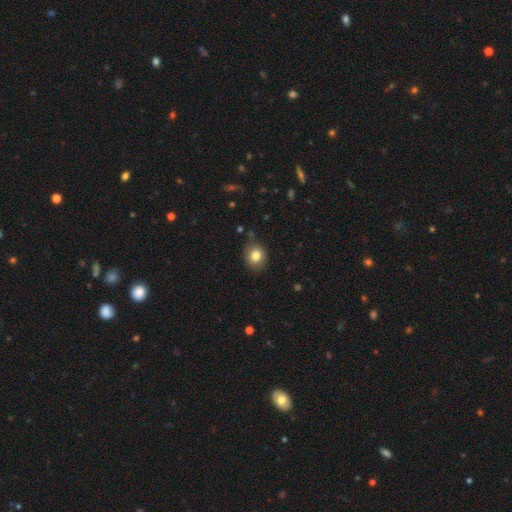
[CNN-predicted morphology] Smooth or featured?
  - smooth: 81% *
  - star or artifact: 11%
  - featured or disk: 8%
How rounded?
  - round: 70% *
  - in between: 29%
  - cigar-shaped: 1%
Merging?
  - none: 84% *
  - minor disturbance: 12%
  - major disturbance: 2%
  - merger: 2%